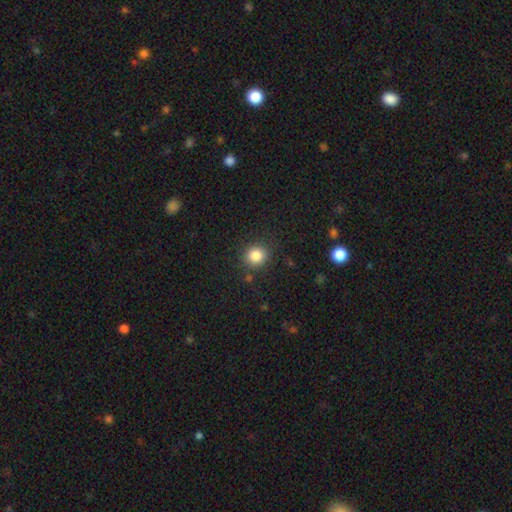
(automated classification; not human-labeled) Smooth or featured? Predicted: smooth (p=0.84). How rounded? Predicted: round (p=0.88). Merging? Predicted: none (p=0.86).